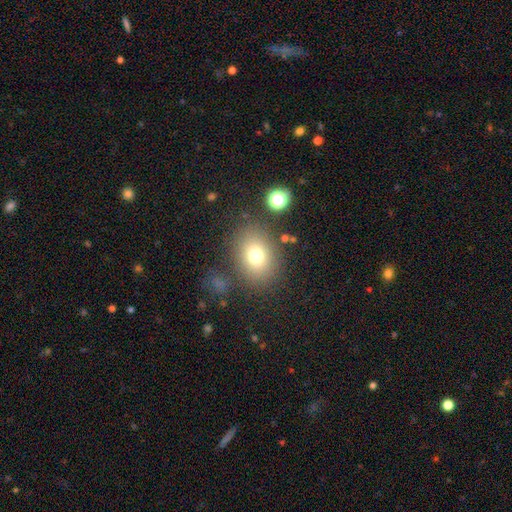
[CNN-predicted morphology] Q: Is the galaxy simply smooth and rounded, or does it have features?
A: smooth — 74%.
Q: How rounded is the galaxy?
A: in between — 50%.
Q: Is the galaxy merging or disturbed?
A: none — 79%.